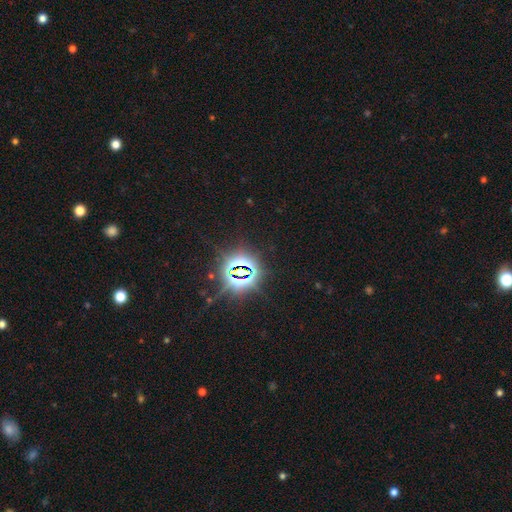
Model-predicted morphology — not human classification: smooth-or-featured: star or artifact: 82% | smooth: 10% | featured or disk: 7%